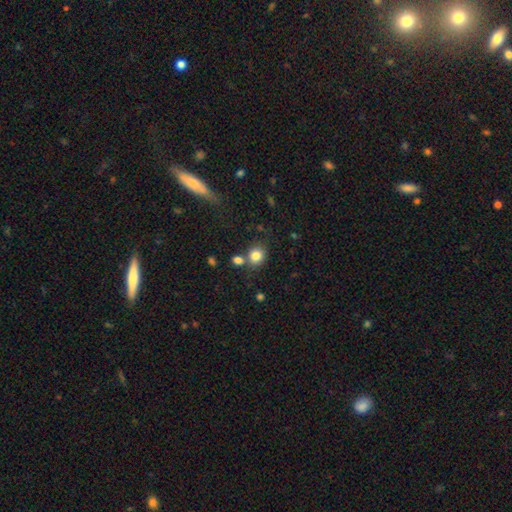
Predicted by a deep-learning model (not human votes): Morphology: type=smooth (83%); roundness=round (70%); merging=none (66%).